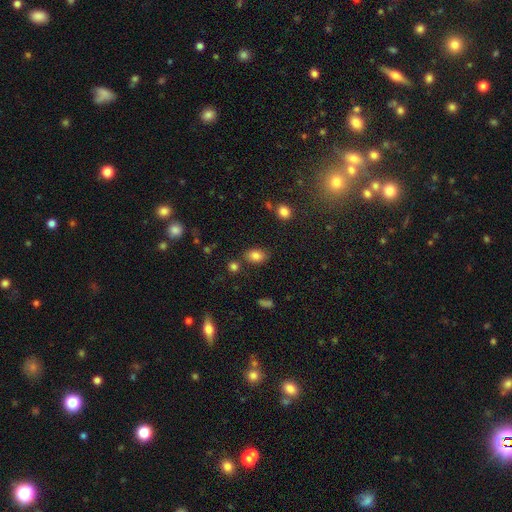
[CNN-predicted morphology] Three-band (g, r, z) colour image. It shows a smooth galaxy with no disk features (83%) that is in between round and cigar-shaped (83%). Merging: none (77%).